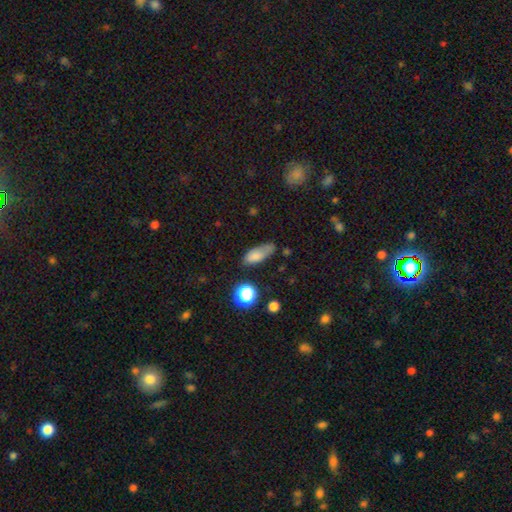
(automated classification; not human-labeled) A smooth galaxy with no disk features (77%) that is in between round and cigar-shaped (76%). Merging: none (48%).